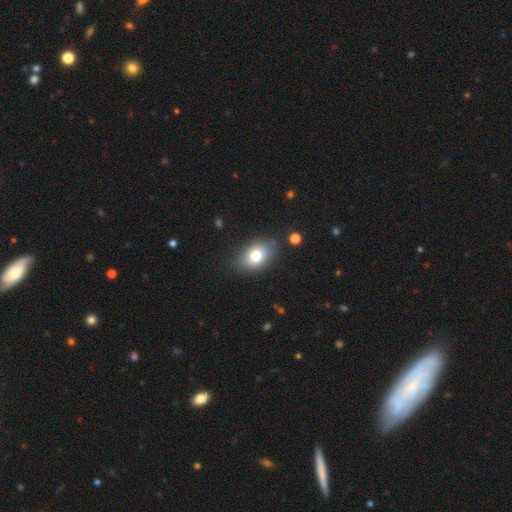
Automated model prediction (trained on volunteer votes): Q: Smooth or featured?
A: smooth (75%); runner-up: featured or disk (16%)
Q: How rounded?
A: in between (79%); runner-up: round (19%)
Q: Merging?
A: none (80%); runner-up: minor disturbance (14%)